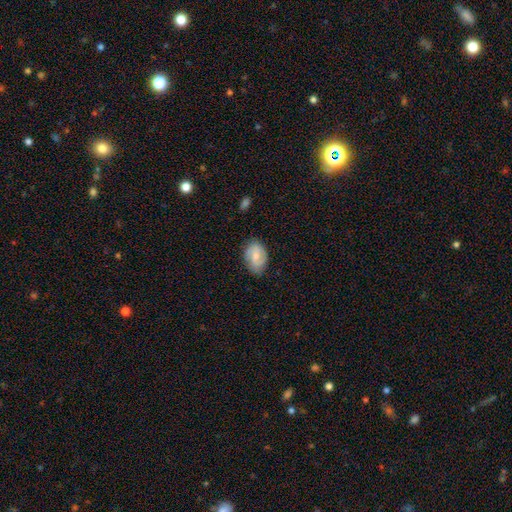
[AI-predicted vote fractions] Morphology: type=smooth (50%); roundness=in between (83%); merging=none (75%).